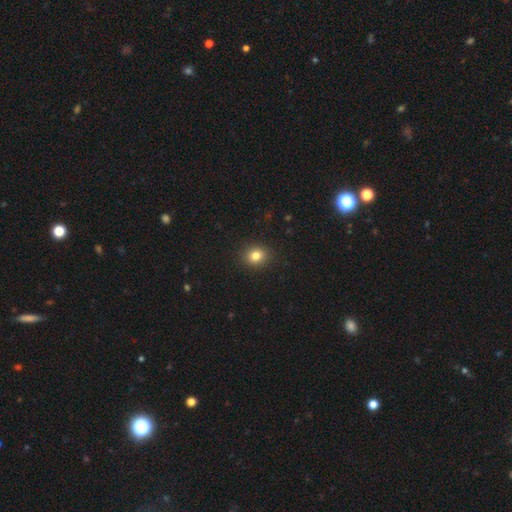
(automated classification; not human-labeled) Morphology: type=smooth (81%); roundness=round (68%); merging=none (91%).